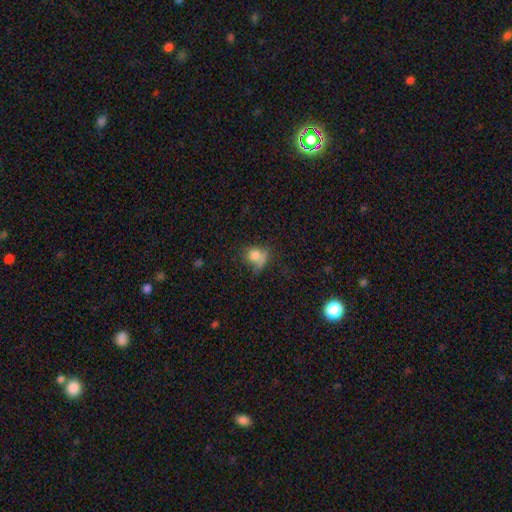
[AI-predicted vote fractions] Morphology: type=smooth (74%); roundness=round (59%); merging=none (38%).